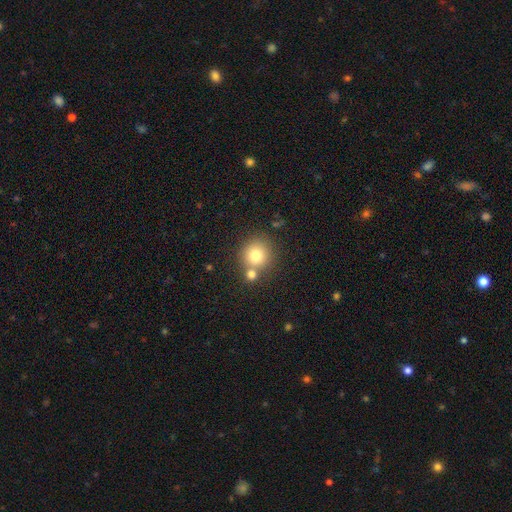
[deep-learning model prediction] A smooth galaxy with no disk features (78%) that is round (89%).

Vote fractions:
- Smooth or featured? smooth: 78% / featured or disk: 11% / star or artifact: 11%
- How rounded? round: 89% / in between: 10% / cigar-shaped: 1%
- Merging? none: 63% / merger: 24% / minor disturbance: 9% / major disturbance: 3%